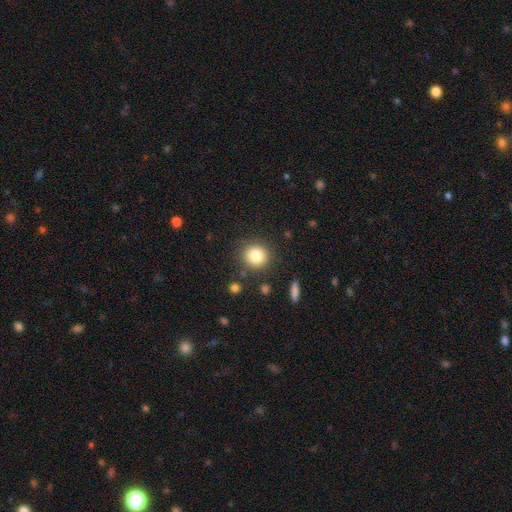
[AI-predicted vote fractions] This is clearly a smooth galaxy (82%). How rounded: clearly round (88%). Merging: clearly none (86%).